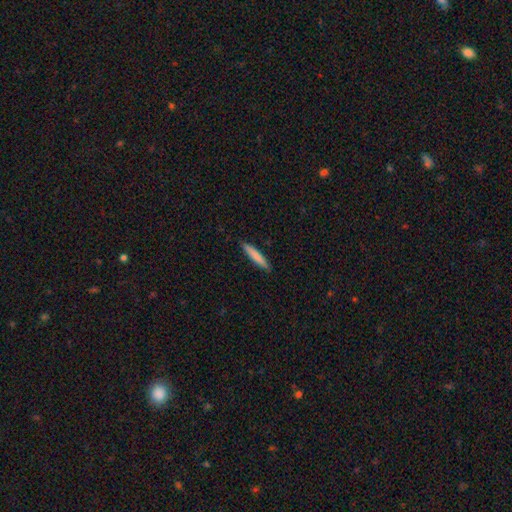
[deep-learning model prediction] Smooth or featured? smooth (79%)
How rounded? cigar-shaped (93%)
Merging? none (90%)